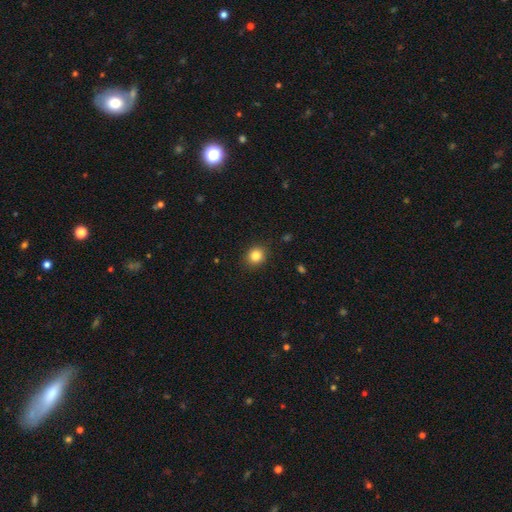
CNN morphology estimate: Smooth or featured? smooth (84%)
How rounded? round (81%)
Merging? none (89%)